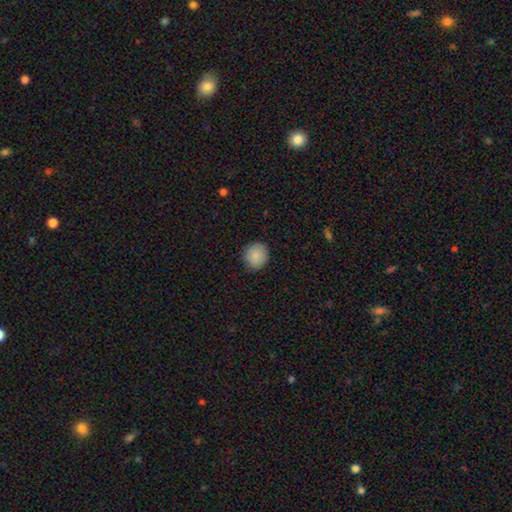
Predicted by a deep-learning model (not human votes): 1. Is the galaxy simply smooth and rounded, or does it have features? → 88% smooth, 7% star or artifact, 5% featured or disk.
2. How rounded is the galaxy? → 88% round, 11% in between, 1% cigar-shaped.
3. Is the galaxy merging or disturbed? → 87% none, 9% minor disturbance, 2% major disturbance, 1% merger.